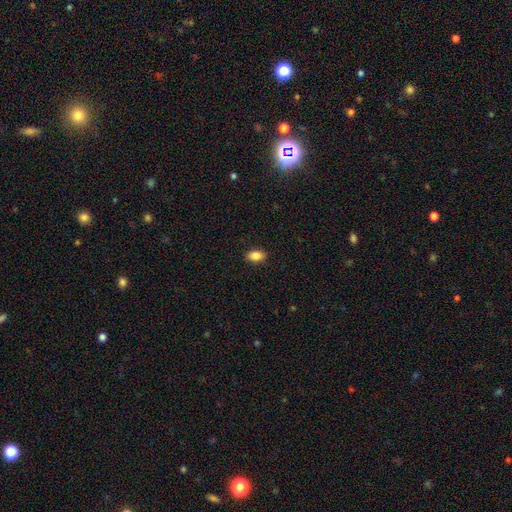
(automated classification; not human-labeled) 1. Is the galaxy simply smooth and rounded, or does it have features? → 86% smooth, 8% star or artifact, 6% featured or disk.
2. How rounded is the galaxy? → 86% in between, 12% round, 2% cigar-shaped.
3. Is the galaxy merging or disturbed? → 89% none, 8% minor disturbance, 2% major disturbance, 1% merger.